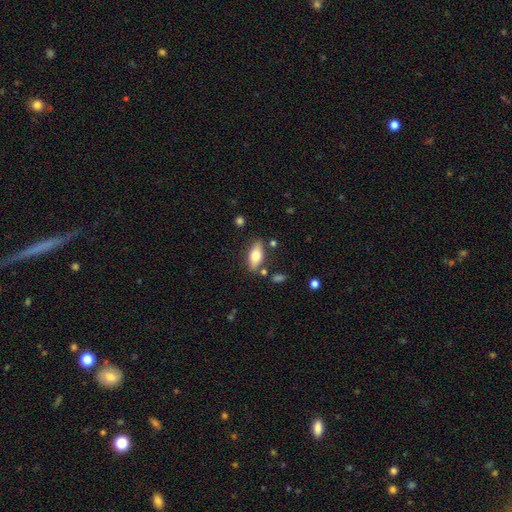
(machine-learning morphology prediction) Q: Smooth or featured?
A: smooth (69%); runner-up: featured or disk (24%)
Q: How rounded?
A: in between (79%); runner-up: cigar-shaped (18%)
Q: Merging?
A: none (79%); runner-up: minor disturbance (13%)